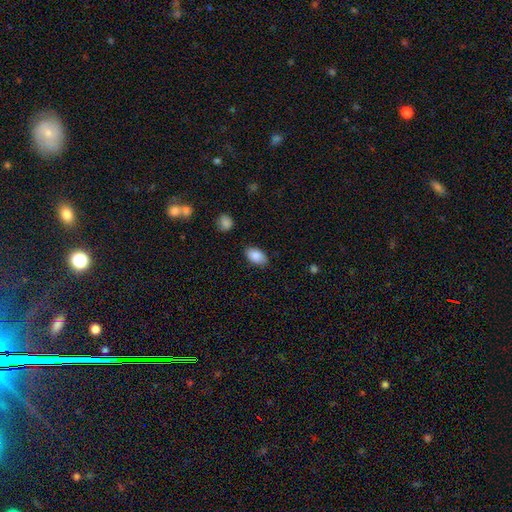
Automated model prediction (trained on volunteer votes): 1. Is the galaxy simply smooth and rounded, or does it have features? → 87% smooth, 7% star or artifact, 6% featured or disk.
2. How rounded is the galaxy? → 93% in between, 5% round, 2% cigar-shaped.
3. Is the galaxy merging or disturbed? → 83% none, 13% minor disturbance, 3% major disturbance, 2% merger.